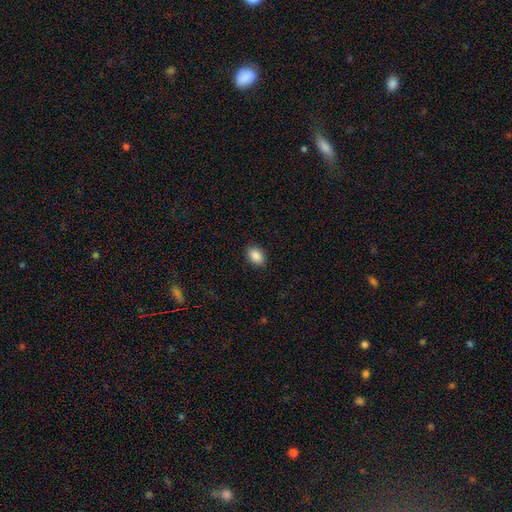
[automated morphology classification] smooth_or_featured: smooth (p=0.89) [alt: star or artifact p=0.08]
how_rounded: in between (p=0.83) [alt: round p=0.16]
merging: none (p=0.89) [alt: minor disturbance p=0.08]